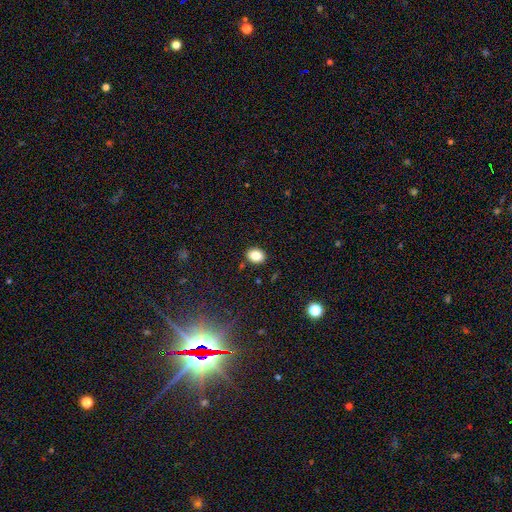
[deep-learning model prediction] Smooth or featured? Predicted: smooth (p=0.84). How rounded? Predicted: in between (p=0.57). Merging? Predicted: none (p=0.89).